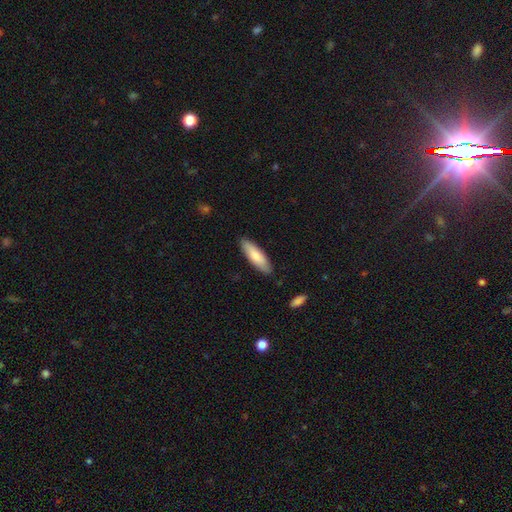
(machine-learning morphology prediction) A smooth galaxy with no disk features (80%) that is cigar-shaped (52%).

Vote fractions:
- Smooth or featured? smooth: 80% / featured or disk: 15% / star or artifact: 5%
- How rounded? cigar-shaped: 52% / in between: 47% / round: 1%
- Merging? none: 86% / minor disturbance: 10% / major disturbance: 2% / merger: 1%